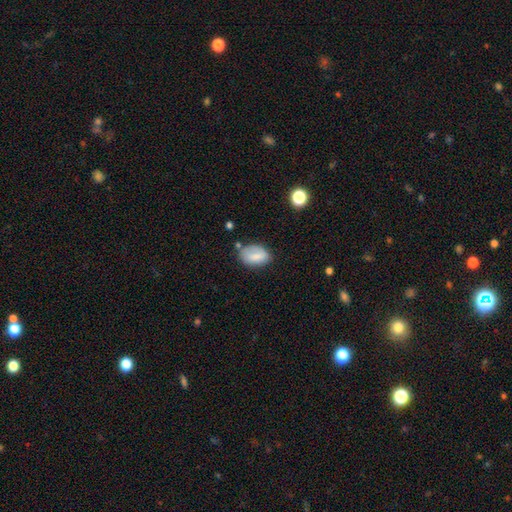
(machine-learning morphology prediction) A smooth galaxy with no disk features (77%) that is in between round and cigar-shaped (89%).

Vote fractions:
- Smooth or featured? smooth: 77% / featured or disk: 15% / star or artifact: 8%
- How rounded? in between: 89% / round: 9% / cigar-shaped: 2%
- Merging? none: 63% / minor disturbance: 25% / major disturbance: 7% / merger: 5%